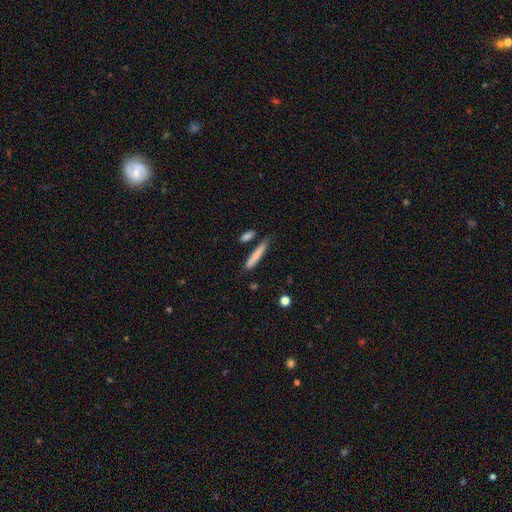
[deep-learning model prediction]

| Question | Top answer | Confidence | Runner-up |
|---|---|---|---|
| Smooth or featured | smooth | 80% | featured or disk (14%) |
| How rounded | cigar-shaped | 92% | in between (6%) |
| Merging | none | 79% | minor disturbance (12%) |